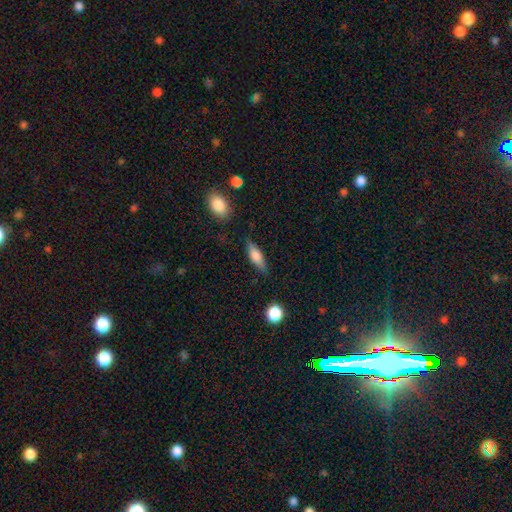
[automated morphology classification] The model was most divided on "how rounded": in between: 52%, cigar-shaped: 44%, round: 3%. More confident: merging — none (80%); smooth or featured — smooth (67%).